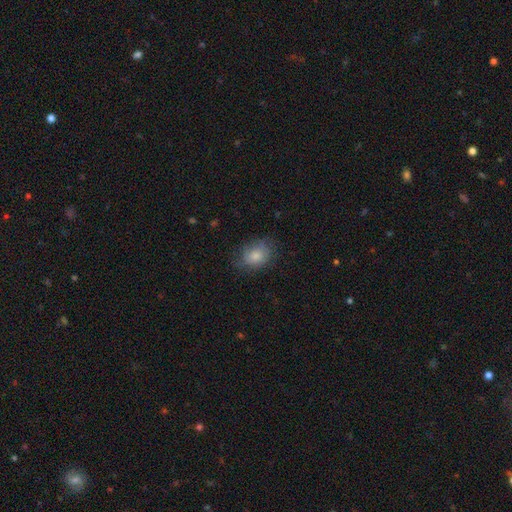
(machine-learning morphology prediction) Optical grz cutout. It shows a smooth galaxy with no disk features (80%) that is in between round and cigar-shaped (60%). Merging: none (64%).